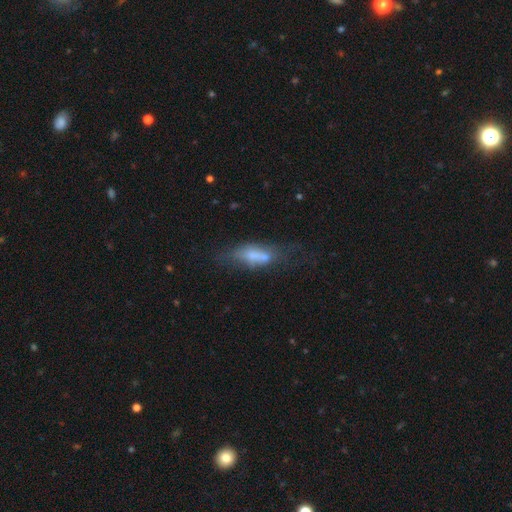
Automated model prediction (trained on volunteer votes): smooth 53%, featured or disk 36%, star or artifact 11%. Down the decision tree: how rounded — in between (62%); merging — none (34%).